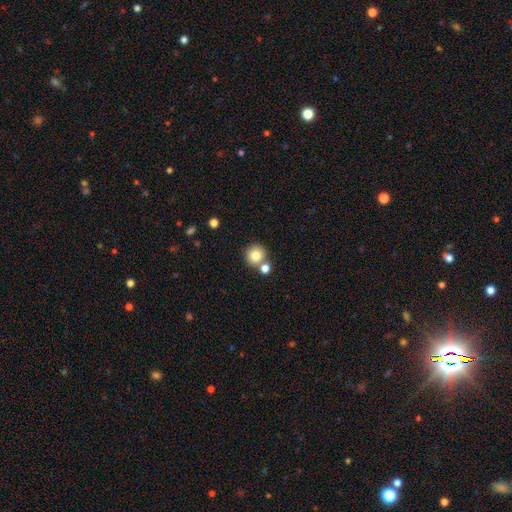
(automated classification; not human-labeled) Smooth or featured? Predicted: smooth (p=0.80). How rounded? Predicted: round (p=0.92). Merging? Predicted: none (p=0.64).